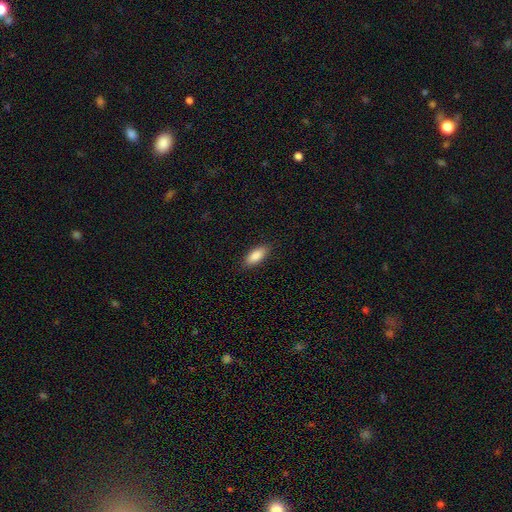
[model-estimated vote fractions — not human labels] smooth 87%, featured or disk 6%, star or artifact 6%. Down the decision tree: how rounded — in between (81%); merging — none (88%).